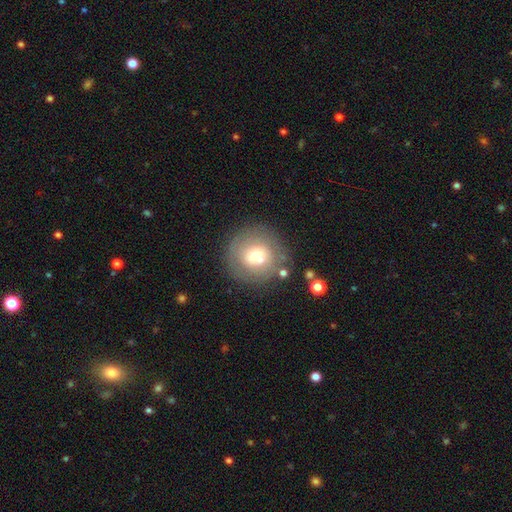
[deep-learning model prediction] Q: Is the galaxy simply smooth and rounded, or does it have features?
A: smooth — 62%.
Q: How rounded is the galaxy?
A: round — 93%.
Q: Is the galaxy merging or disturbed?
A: none — 76%.